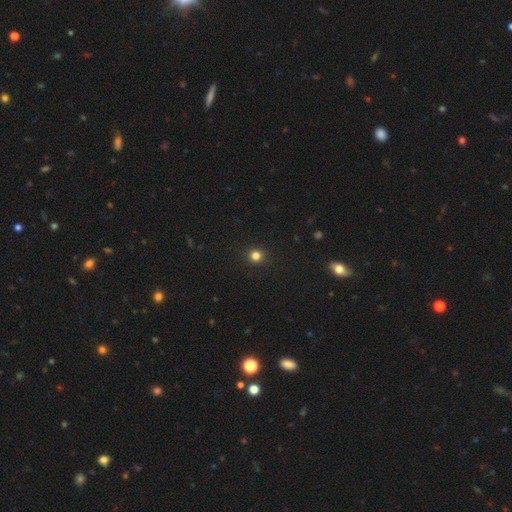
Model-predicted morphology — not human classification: Smooth or featured: smooth — 81% (star or artifact — 15%)
How rounded: round — 92% (in between — 7%)
Merging: none — 92% (minor disturbance — 5%)